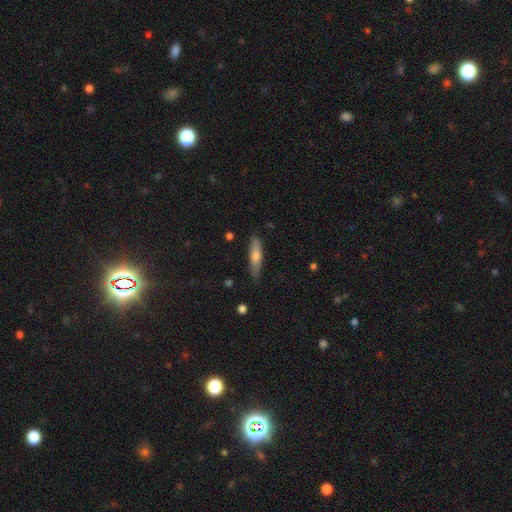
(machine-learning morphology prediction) A smooth galaxy with no disk features (60%) that is cigar-shaped (76%).

Vote fractions:
- Smooth or featured? smooth: 60% / featured or disk: 34% / star or artifact: 7%
- How rounded? cigar-shaped: 76% / in between: 22% / round: 2%
- Merging? none: 76% / minor disturbance: 19% / major disturbance: 3% / merger: 2%